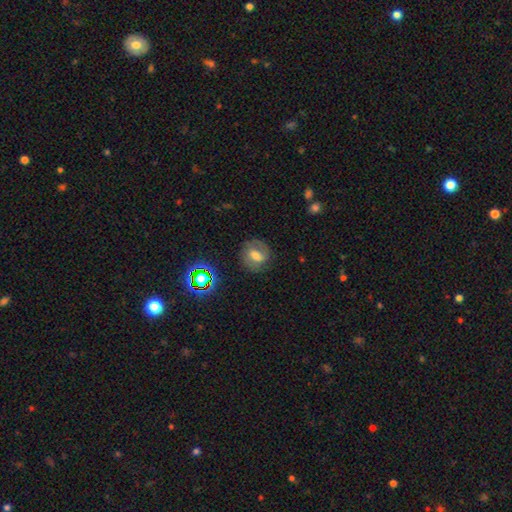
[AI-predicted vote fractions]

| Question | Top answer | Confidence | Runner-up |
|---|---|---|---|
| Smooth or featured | featured or disk | 43% | smooth (41%) |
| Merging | none | 78% | minor disturbance (14%) |